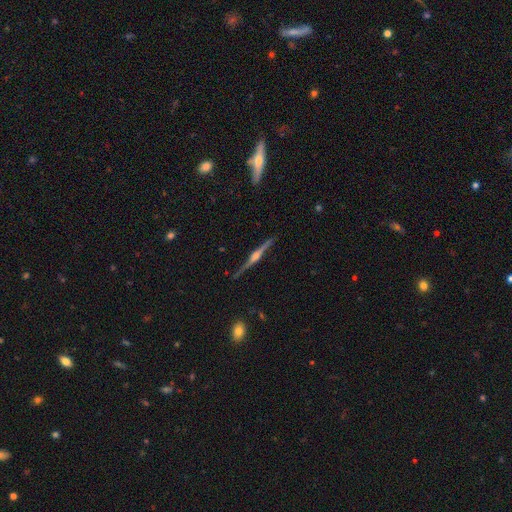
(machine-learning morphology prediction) smooth-or-featured: featured or disk: 86% | smooth: 8% | star or artifact: 6%
  disk-edge-on: yes: 98% | no: 2%
    edge-on-bulge: rounded: 87% | boxy: 9% | none: 4%
  merging: none: 87% | minor disturbance: 10% | major disturbance: 2% | merger: 1%